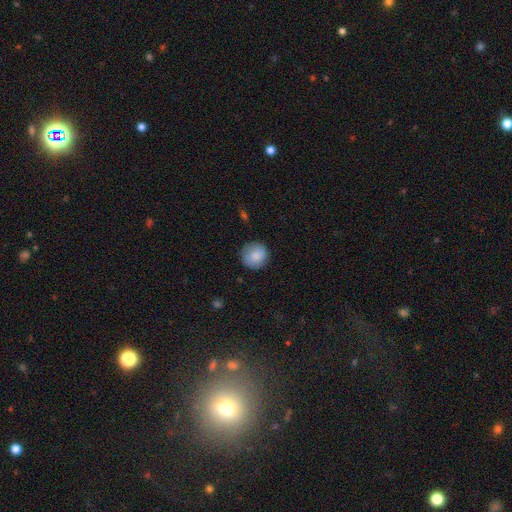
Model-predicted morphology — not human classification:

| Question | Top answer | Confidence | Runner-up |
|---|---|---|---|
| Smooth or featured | smooth | 86% | star or artifact (7%) |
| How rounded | round | 92% | in between (7%) |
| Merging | none | 85% | minor disturbance (11%) |